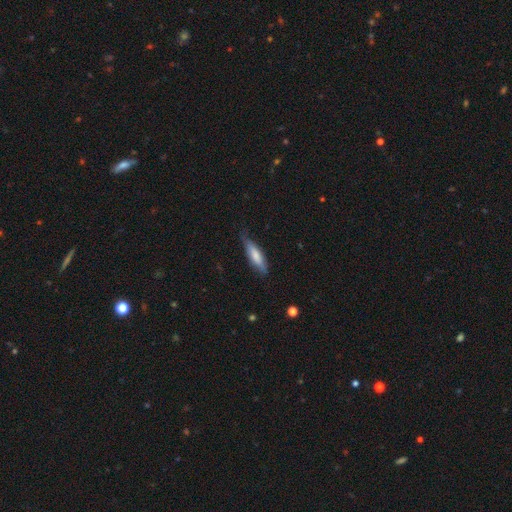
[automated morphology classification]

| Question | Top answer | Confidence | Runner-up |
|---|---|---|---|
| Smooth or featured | smooth | 68% | featured or disk (26%) |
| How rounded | cigar-shaped | 61% | in between (37%) |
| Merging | none | 70% | minor disturbance (24%) |